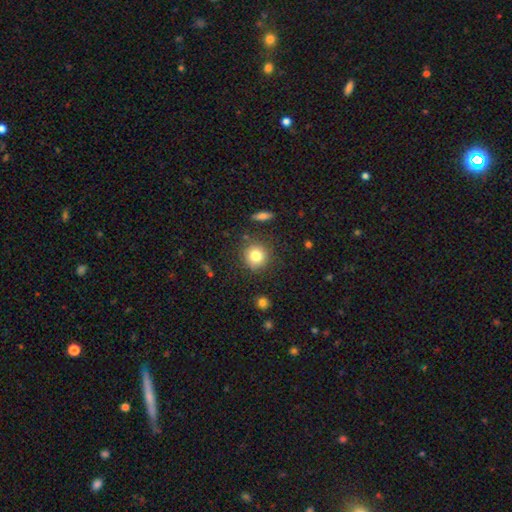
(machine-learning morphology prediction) This appears to be a smooth galaxy with no disk features (81%) that is round (91%). Merging: none (84%).